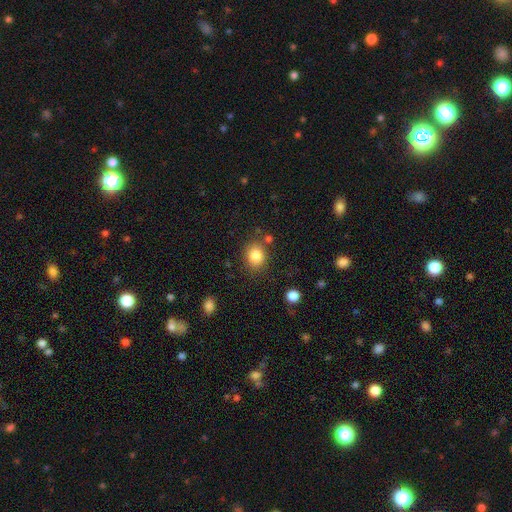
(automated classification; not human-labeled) Morphology: type=smooth (84%); roundness=round (66%); merging=none (80%).